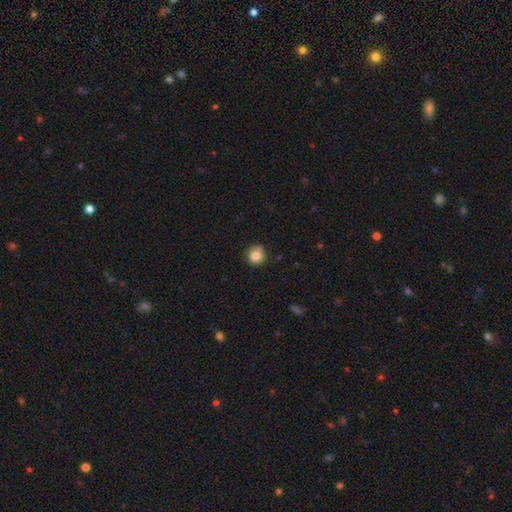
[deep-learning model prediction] Overall: smooth (80%). How rounded: round (86%). Merging: none (67%).